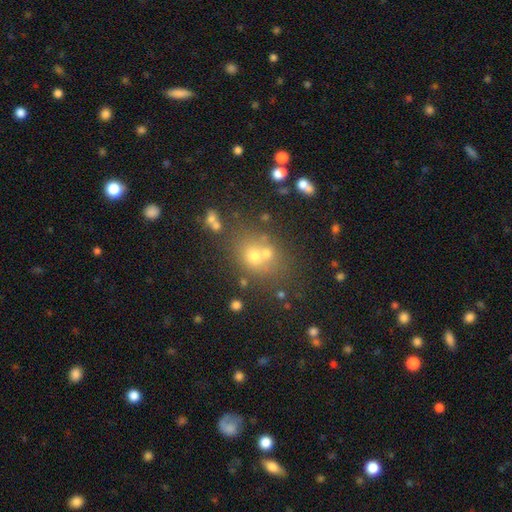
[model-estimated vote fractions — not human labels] smooth-or-featured: smooth: 59% | star or artifact: 22% | featured or disk: 19%
  how-rounded: round: 65% | in between: 34% | cigar-shaped: 1%
  merging: none: 49% | merger: 36% | minor disturbance: 10% | major disturbance: 5%